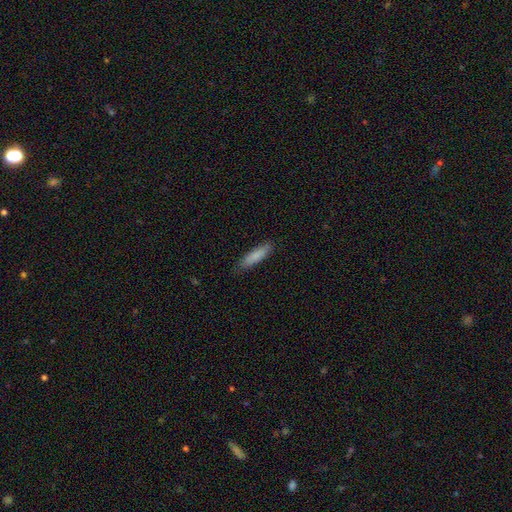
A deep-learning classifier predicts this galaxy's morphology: Smooth or featured? smooth (84%)
How rounded? cigar-shaped (75%)
Merging? none (85%)